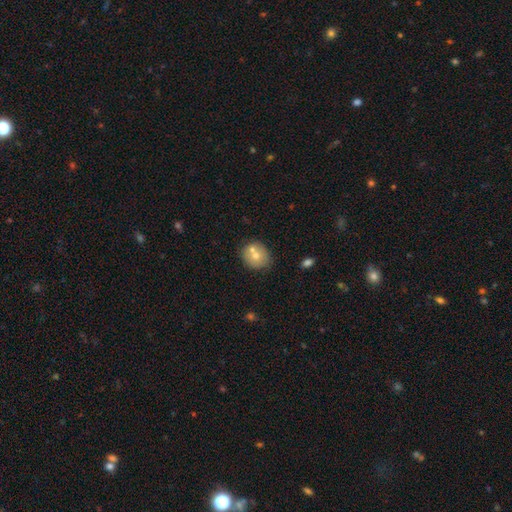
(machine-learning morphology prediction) A smooth galaxy with no disk features (66%) that is round (69%).

Vote fractions:
- Smooth or featured? smooth: 66% / featured or disk: 25% / star or artifact: 9%
- How rounded? round: 69% / in between: 30% / cigar-shaped: 1%
- Merging? none: 52% / merger: 33% / minor disturbance: 12% / major disturbance: 3%